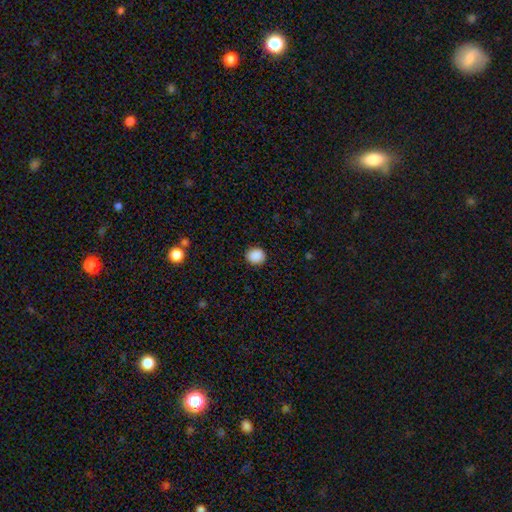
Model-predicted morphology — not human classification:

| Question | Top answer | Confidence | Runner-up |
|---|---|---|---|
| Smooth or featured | smooth | 90% | star or artifact (8%) |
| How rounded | round | 79% | in between (20%) |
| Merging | none | 90% | minor disturbance (7%) |